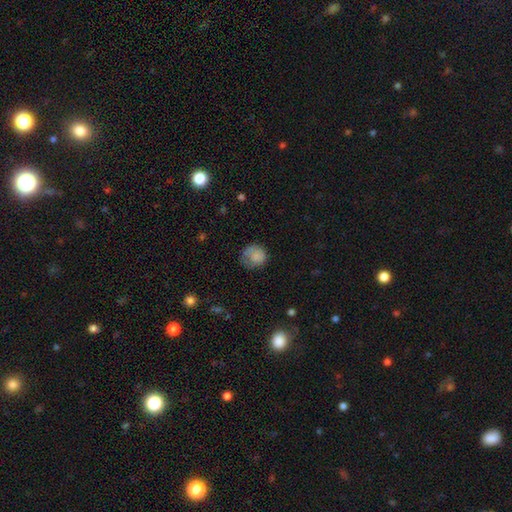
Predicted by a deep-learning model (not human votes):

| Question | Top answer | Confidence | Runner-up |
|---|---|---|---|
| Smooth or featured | smooth | 77% | featured or disk (14%) |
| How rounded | round | 83% | in between (16%) |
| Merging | none | 56% | minor disturbance (27%) |